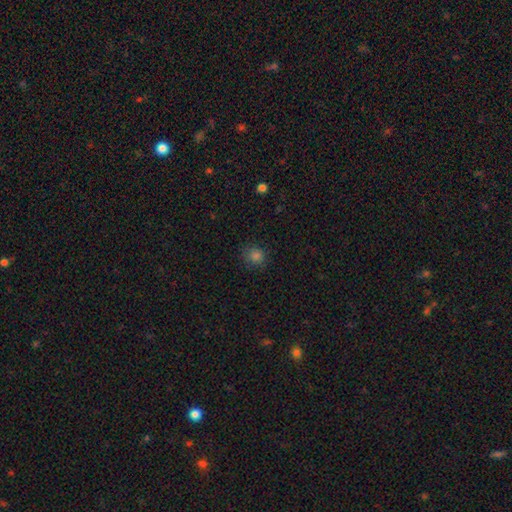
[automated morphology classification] smooth 80%, star or artifact 16%, featured or disk 5%. Down the decision tree: how rounded — round (82%); merging — none (83%).